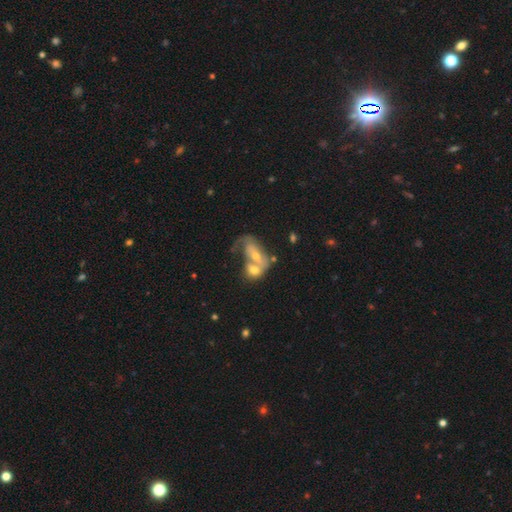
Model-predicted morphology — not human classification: smooth_or_featured: featured or disk (p=0.49) [alt: smooth p=0.43]
merging: merger (p=0.70) [alt: none p=0.12]